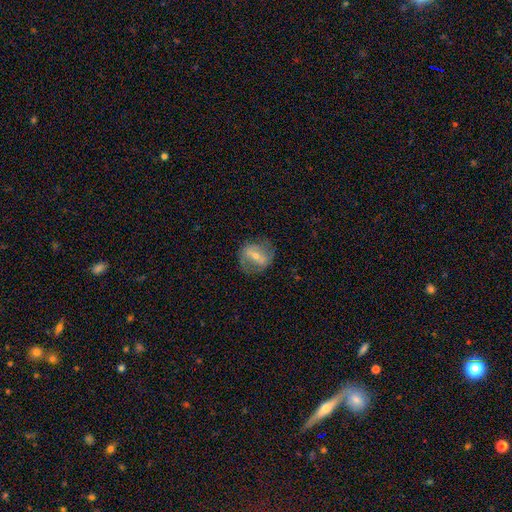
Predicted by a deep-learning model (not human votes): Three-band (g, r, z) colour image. It shows a featured or disk galaxy (66%) with a strong bar (57%), spiral arms (59%) and a small central bulge (55%). Merging: none (74%).